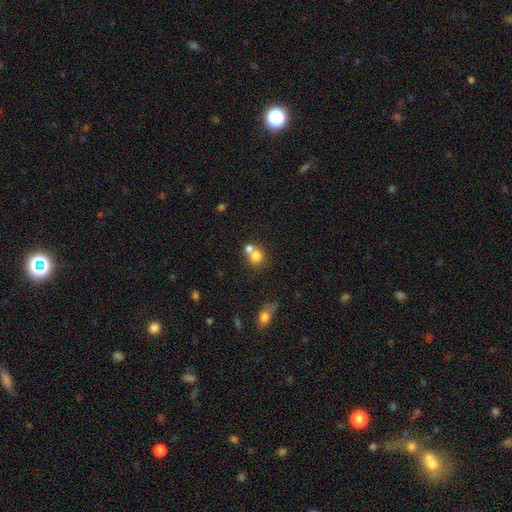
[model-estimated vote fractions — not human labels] Morphology: type=smooth (76%); roundness=round (81%); merging=merger (48%).